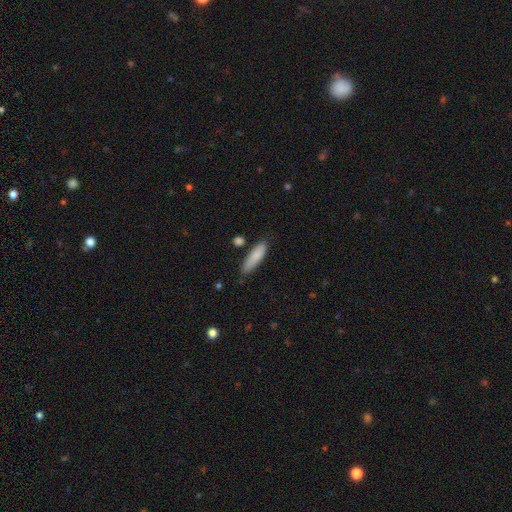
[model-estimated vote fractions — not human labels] Overall: smooth (84%). How rounded: cigar-shaped (62%; in between 36%). Merging: none (77%).